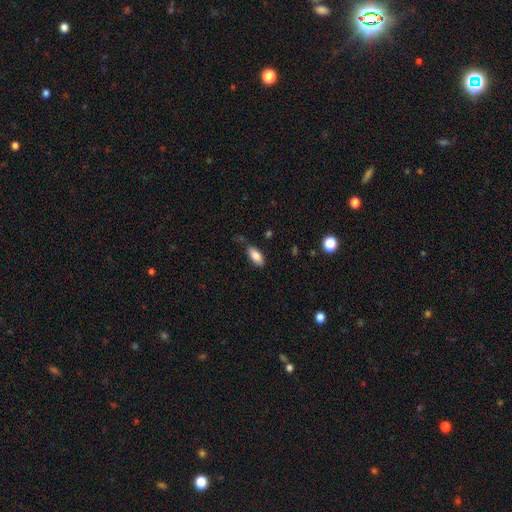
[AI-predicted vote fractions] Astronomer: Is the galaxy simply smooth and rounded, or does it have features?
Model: smooth — 85%.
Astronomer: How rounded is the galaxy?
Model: in between — 84%.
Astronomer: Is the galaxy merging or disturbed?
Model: none — 75%.